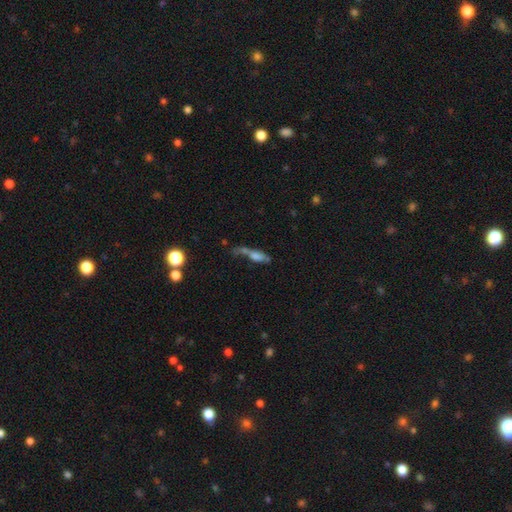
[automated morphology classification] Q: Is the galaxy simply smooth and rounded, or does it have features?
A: smooth — 50%.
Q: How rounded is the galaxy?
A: cigar-shaped — 48%.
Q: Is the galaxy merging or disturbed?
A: none — 29%.